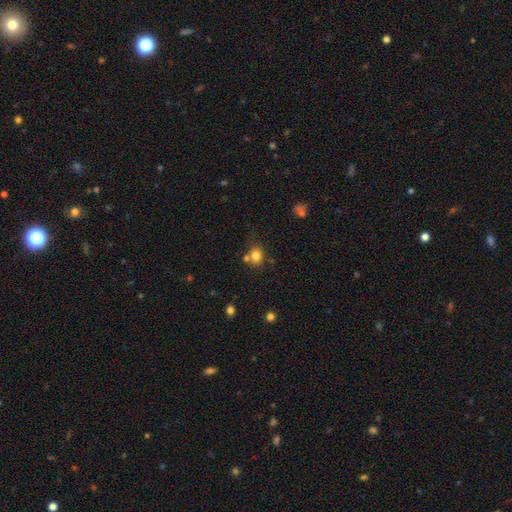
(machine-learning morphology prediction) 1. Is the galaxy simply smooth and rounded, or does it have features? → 78% smooth, 13% star or artifact, 9% featured or disk.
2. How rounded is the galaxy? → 71% round, 28% in between, 1% cigar-shaped.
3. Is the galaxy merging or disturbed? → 59% none, 22% merger, 14% minor disturbance, 5% major disturbance.